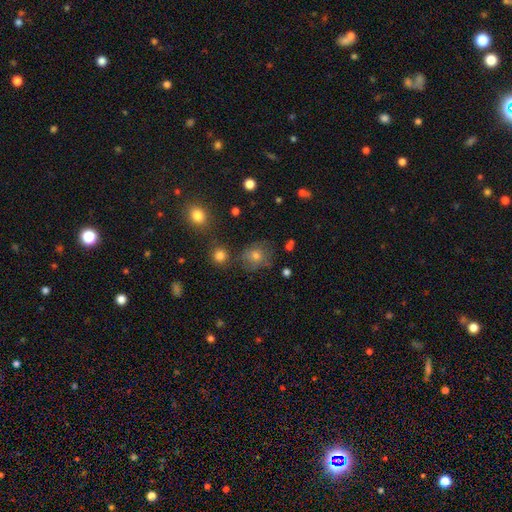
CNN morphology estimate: This appears to be a smooth galaxy with no disk features (65%) that is round (73%). Merging: none (67%).